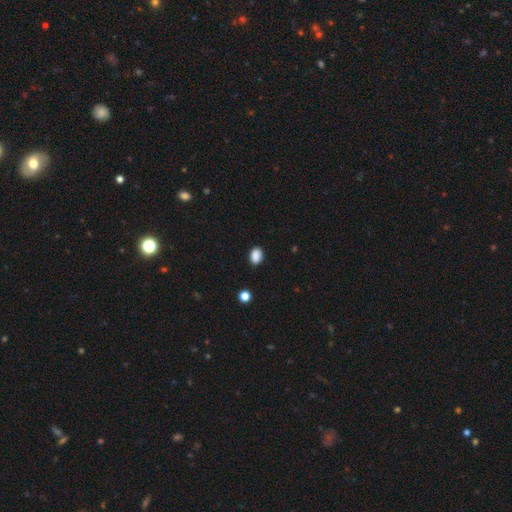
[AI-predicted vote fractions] A smooth galaxy with no disk features (88%) that is in between round and cigar-shaped (70%). Merging: none (87%).